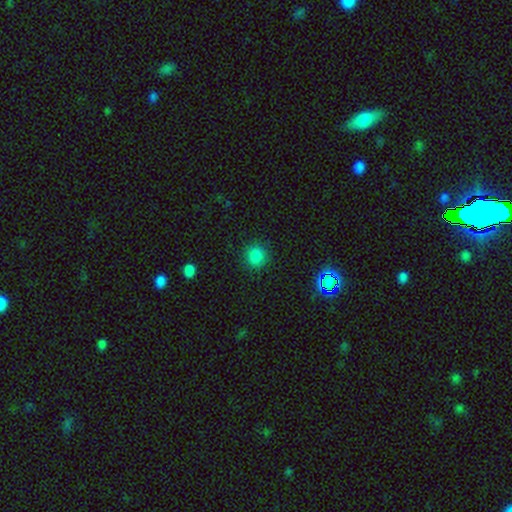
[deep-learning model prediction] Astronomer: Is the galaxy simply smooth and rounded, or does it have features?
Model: smooth — 83%.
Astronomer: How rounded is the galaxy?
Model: round — 88%.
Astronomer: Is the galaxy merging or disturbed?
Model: none — 89%.